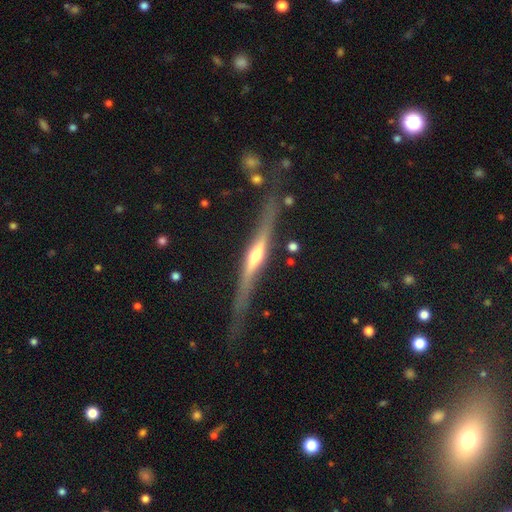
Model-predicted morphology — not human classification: smooth_or_featured: featured or disk (p=0.78) [alt: smooth p=0.17]
disk_edge_on: yes (p=0.95) [alt: no p=0.05]
edge_on_bulge: rounded (p=0.81) [alt: none p=0.09]
merging: none (p=0.70) [alt: minor disturbance p=0.18]